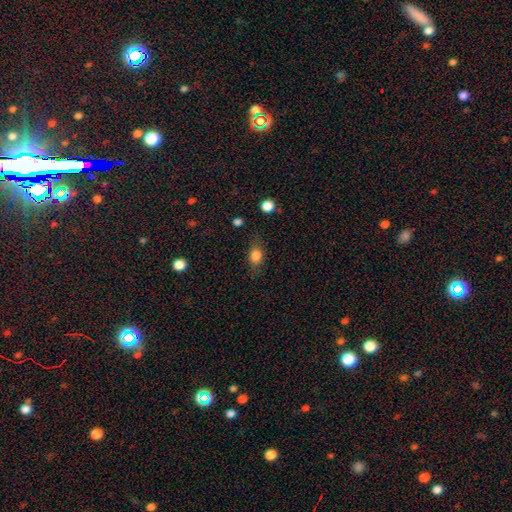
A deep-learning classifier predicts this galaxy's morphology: This appears to be a smooth galaxy with no disk features (78%) that is in between round and cigar-shaped (67%). Merging: none (73%).